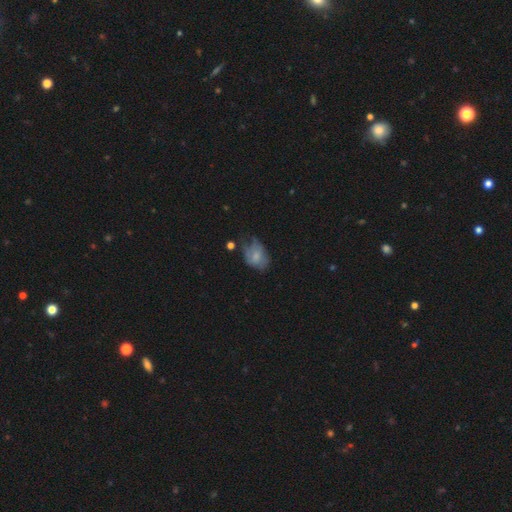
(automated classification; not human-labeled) Q: Smooth or featured?
A: smooth (57%); runner-up: featured or disk (33%)
Q: How rounded?
A: in between (72%); runner-up: round (27%)
Q: Merging?
A: minor disturbance (34%); tied with: none (34%)